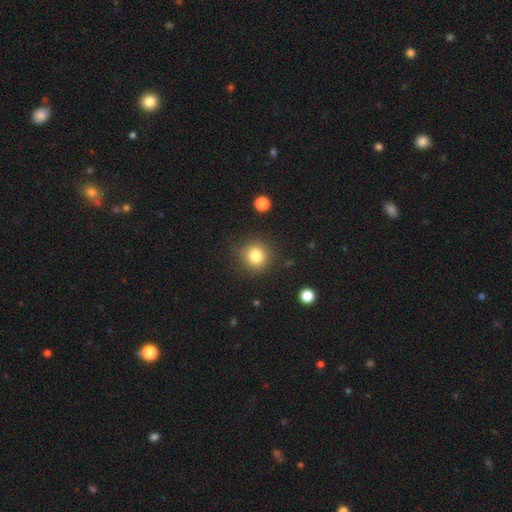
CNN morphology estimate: Smooth or featured? smooth (82%)
How rounded? round (91%)
Merging? none (86%)